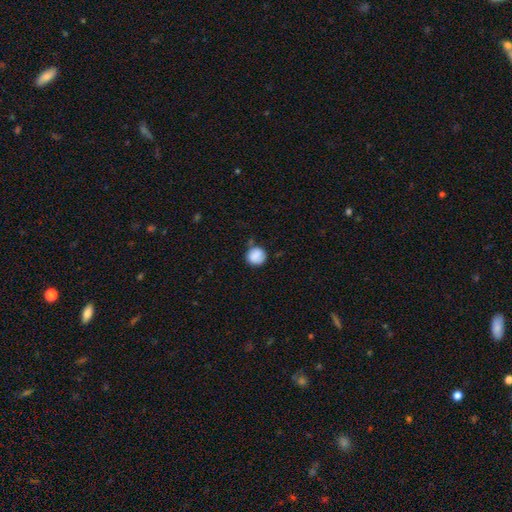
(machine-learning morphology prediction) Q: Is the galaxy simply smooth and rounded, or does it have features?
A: smooth — 85%.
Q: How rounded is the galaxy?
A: round — 89%.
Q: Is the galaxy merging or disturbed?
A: none — 70%.